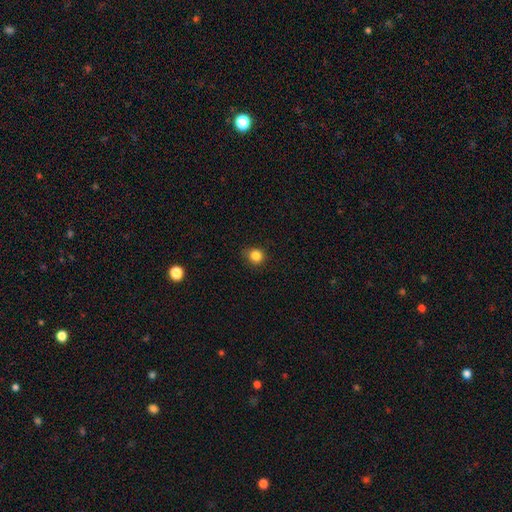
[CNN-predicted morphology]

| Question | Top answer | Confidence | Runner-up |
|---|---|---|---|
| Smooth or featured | smooth | 84% | star or artifact (12%) |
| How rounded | round | 85% | in between (14%) |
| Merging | none | 81% | minor disturbance (15%) |